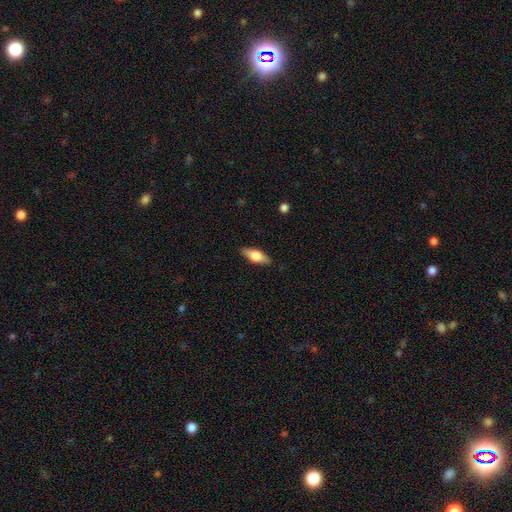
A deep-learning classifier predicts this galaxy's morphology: Overall: smooth (59%; featured or disk 35%). How rounded: in between (70%). Merging: none (87%).